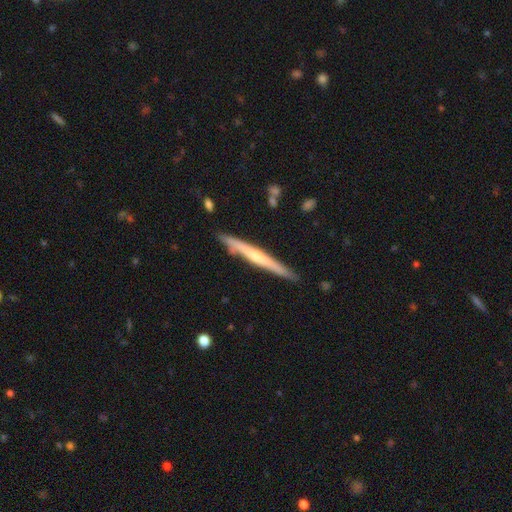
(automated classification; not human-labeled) A featured or disk galaxy (59%) viewed edge-on (96%) with a rounded central bulge (48%).

Vote fractions:
- Smooth or featured? featured or disk: 59% / smooth: 36% / star or artifact: 5%
- Edge-on disk? yes: 96% / no: 4%
- Edge-on bulge? rounded: 48% / none: 46% / boxy: 6%
- Merging? none: 85% / minor disturbance: 11% / merger: 2% / major disturbance: 2%